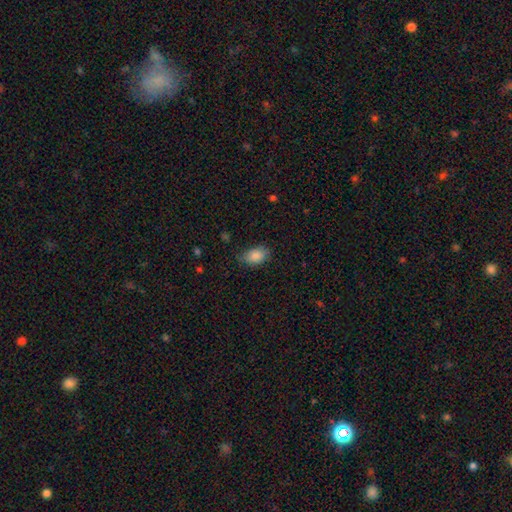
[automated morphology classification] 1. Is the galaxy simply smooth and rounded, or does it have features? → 87% smooth, 8% star or artifact, 5% featured or disk.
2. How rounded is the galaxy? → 86% in between, 13% round, 1% cigar-shaped.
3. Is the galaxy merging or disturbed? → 75% none, 20% minor disturbance, 4% major disturbance, 1% merger.